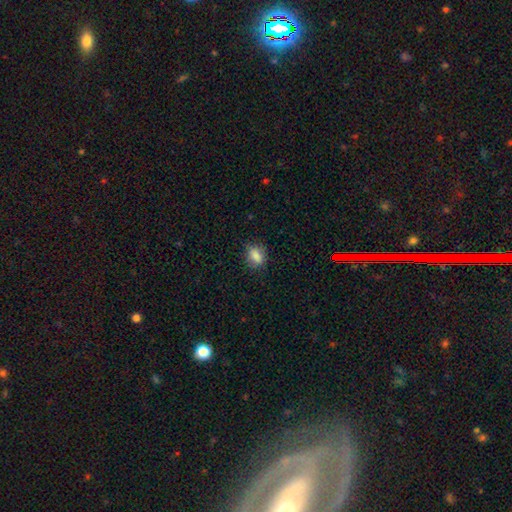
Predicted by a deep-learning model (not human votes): Overall: smooth (84%). How rounded: in between (72%). Merging: none (78%).